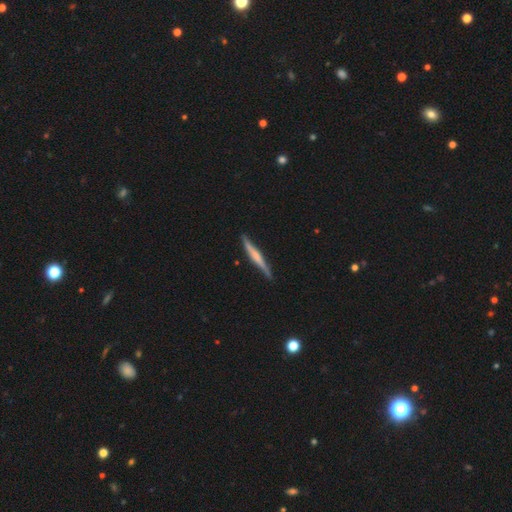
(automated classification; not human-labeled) This is possibly a featured or disk galaxy (57%). It is clearly viewed edge-on (97%). Edge-on bulge: marginally rounded (39%). Merging: clearly none (86%).